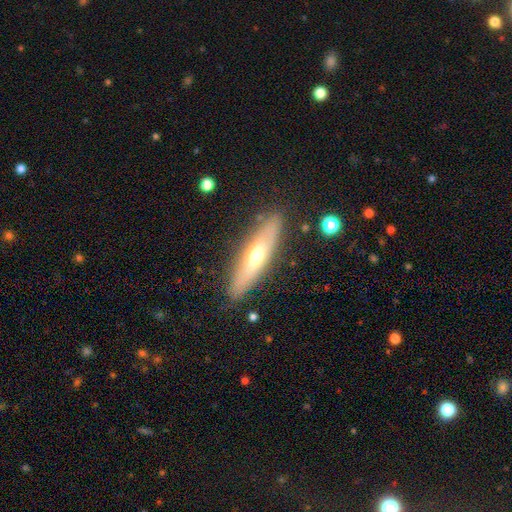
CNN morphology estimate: This appears to be a featured or disk galaxy (51%) viewed edge-on (71%). Merging: none (85%).